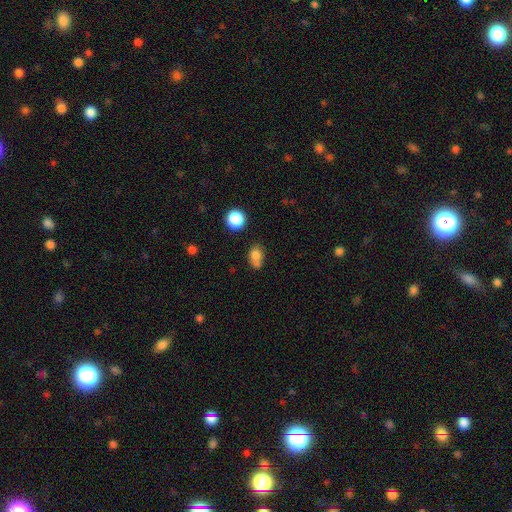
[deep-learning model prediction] Smooth or featured? Predicted: smooth (p=0.77). How rounded? Predicted: in between (p=0.58). Merging? Predicted: none (p=0.44).